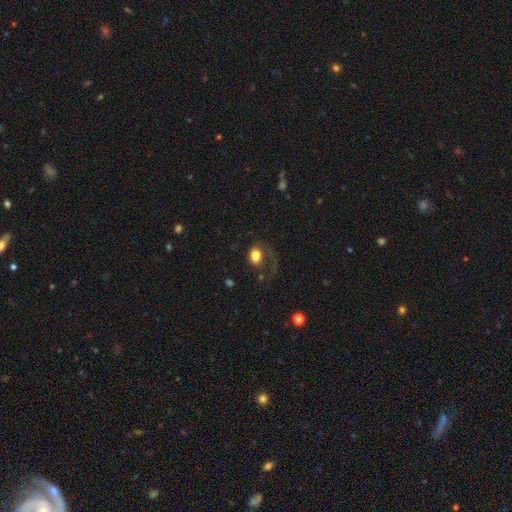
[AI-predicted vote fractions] A smooth galaxy with no disk features (72%) that is in between round and cigar-shaped (61%). Merging: none (42%).